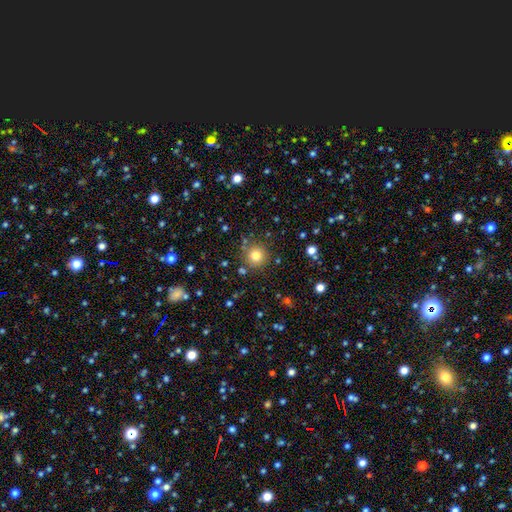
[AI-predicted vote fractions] smooth 79%, star or artifact 13%, featured or disk 8%. Down the decision tree: how rounded — round (95%); merging — none (85%).